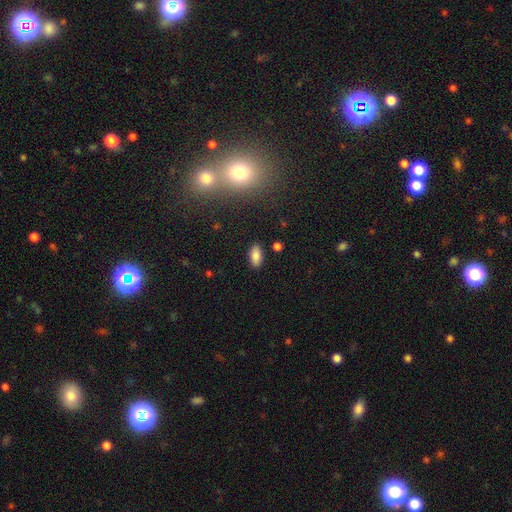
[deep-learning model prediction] Smooth or featured: smooth — 84% (star or artifact — 9%)
How rounded: in between — 91% (cigar-shaped — 6%)
Merging: none — 87% (minor disturbance — 9%)